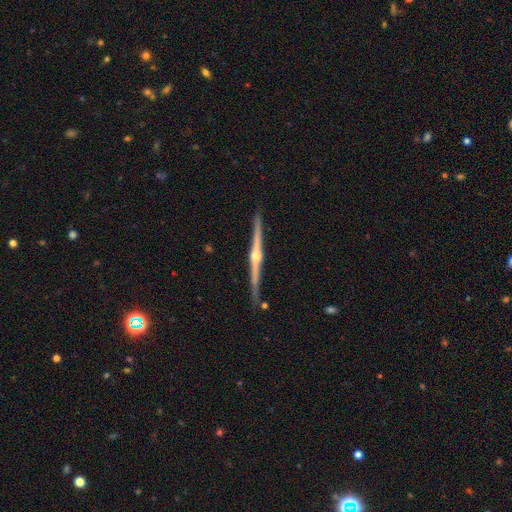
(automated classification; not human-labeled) Overall: featured or disk (87%). Edge-on disk: yes (99%). Edge-on bulge: rounded (93%). Merging: none (90%).